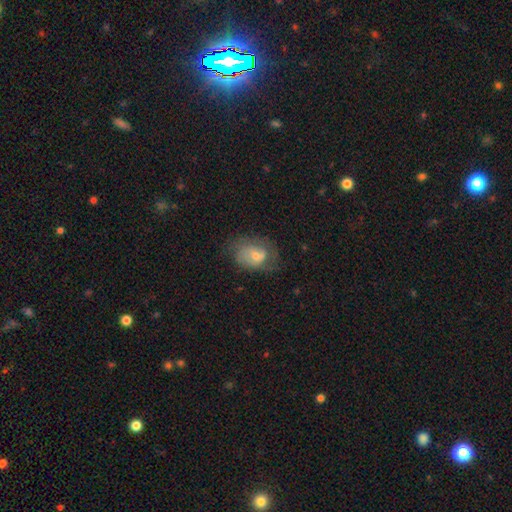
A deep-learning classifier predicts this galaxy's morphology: Overall: smooth (50%; featured or disk 39%). How rounded: in between (64%; round 34%). Merging: none (55%; minor disturbance 26%).